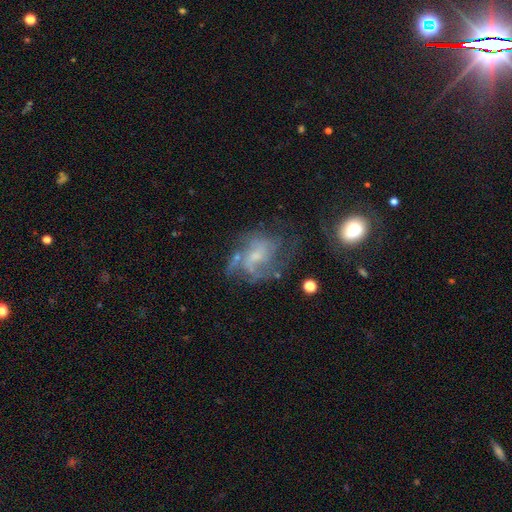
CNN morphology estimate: Smooth or featured: featured or disk — 74% (smooth — 15%)
Edge-on disk: no — 97% (yes — 3%)
Bar: no — 58% (weak — 36%)
Spiral arms: yes — 81% (no — 19%)
Spiral winding: medium — 45% (tight — 28%)
Spiral arm count: can't tell — 35% (2 — 25%)
Bulge size: small — 54% (moderate — 28%)
Merging: none — 44% (major disturbance — 28%)